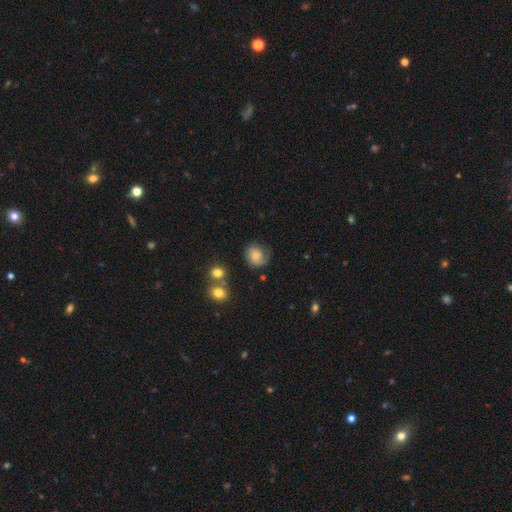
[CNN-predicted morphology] A smooth galaxy with no disk features (53%) that is round (66%).

Vote fractions:
- Smooth or featured? smooth: 53% / featured or disk: 38% / star or artifact: 9%
- How rounded? round: 66% / in between: 33% / cigar-shaped: 1%
- Merging? none: 57% / minor disturbance: 26% / major disturbance: 15% / merger: 3%